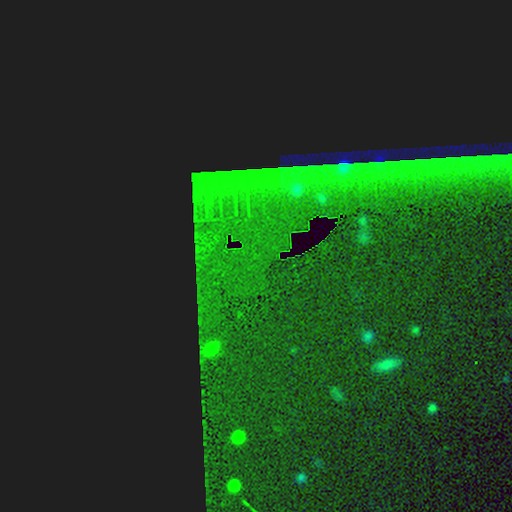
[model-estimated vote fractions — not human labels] This is clearly a star or artifact rather than a galaxy (87%).